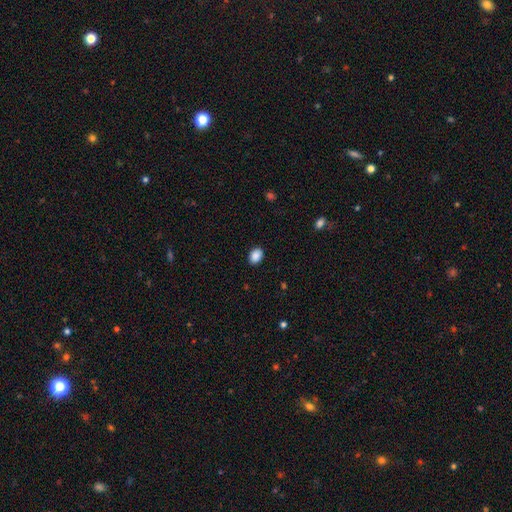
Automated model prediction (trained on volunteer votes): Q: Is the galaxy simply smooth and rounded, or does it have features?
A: smooth — 89%.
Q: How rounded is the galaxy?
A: in between — 72%.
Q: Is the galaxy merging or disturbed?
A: none — 89%.